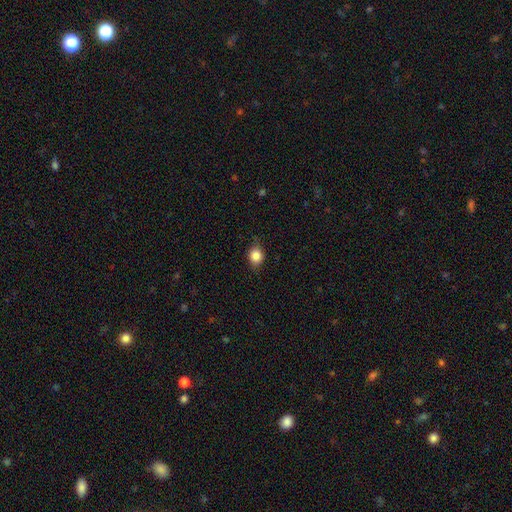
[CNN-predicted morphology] Smooth or featured? Predicted: smooth (p=0.82). How rounded? Predicted: round (p=0.59). Merging? Predicted: none (p=0.78).